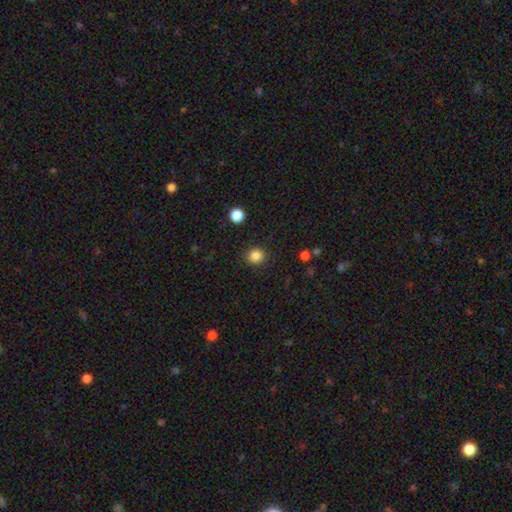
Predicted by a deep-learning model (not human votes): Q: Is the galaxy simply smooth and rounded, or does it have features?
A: smooth — 85%.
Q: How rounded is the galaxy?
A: round — 89%.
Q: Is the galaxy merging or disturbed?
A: none — 90%.